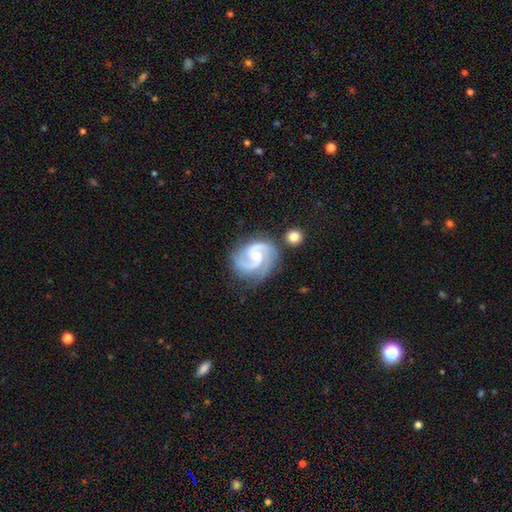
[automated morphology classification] Smooth or featured? featured or disk (92%)
Edge-on disk? no (98%)
Bar? no (50%)
Spiral arms? yes (99%)
Spiral winding? medium (58%)
Spiral arm count? 2 (87%)
Bulge size? small (55%)
Merging? none (72%)